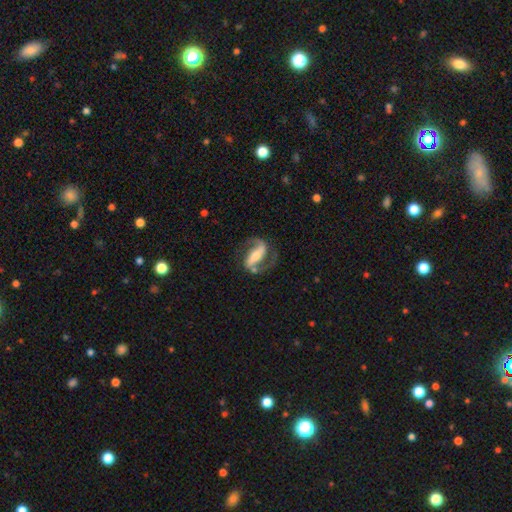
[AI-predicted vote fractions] This appears to be a featured or disk galaxy (86%) with a strong bar (66%), 2 (90%) medium (50%) spiral arms (95%) and a moderate central bulge (40%). Merging: none (71%).